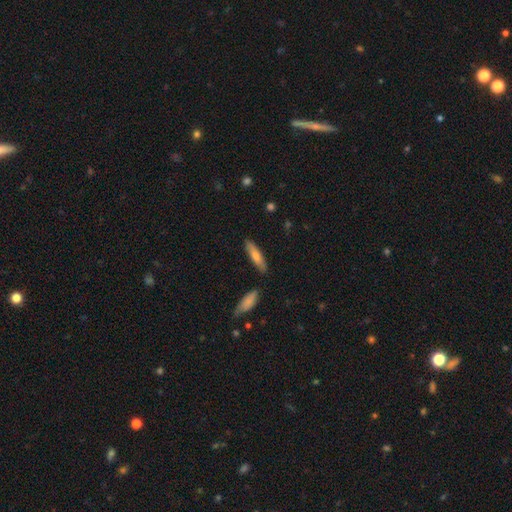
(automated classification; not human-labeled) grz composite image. It shows a smooth galaxy with no disk features (66%) that is cigar-shaped (72%). Merging: none (83%).